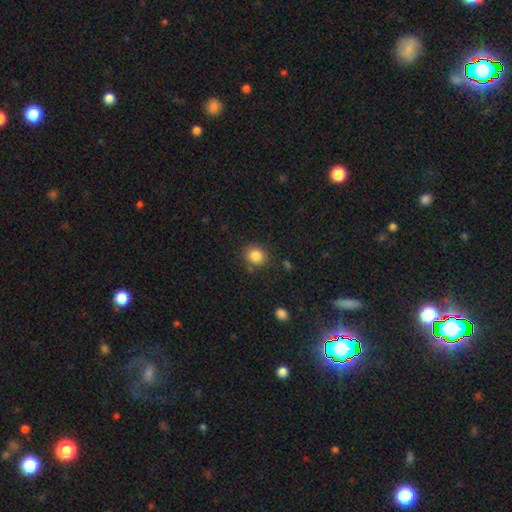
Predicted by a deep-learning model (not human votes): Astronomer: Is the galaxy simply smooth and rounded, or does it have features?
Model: smooth — 85%.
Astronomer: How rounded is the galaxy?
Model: round — 80%.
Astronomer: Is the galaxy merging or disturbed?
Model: none — 82%.